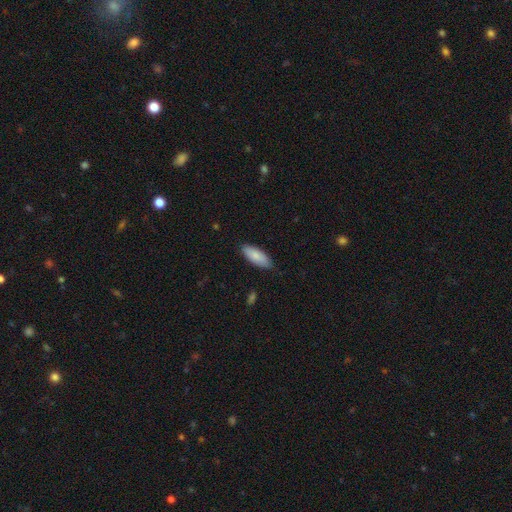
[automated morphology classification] smooth 85%, featured or disk 10%, star or artifact 6%. Down the decision tree: how rounded — in between (78%); merging — none (85%).